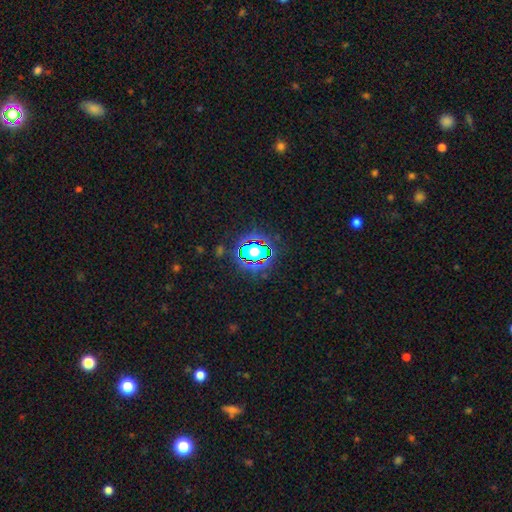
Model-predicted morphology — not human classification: Smooth or featured: star or artifact — 65% (smooth — 23%)